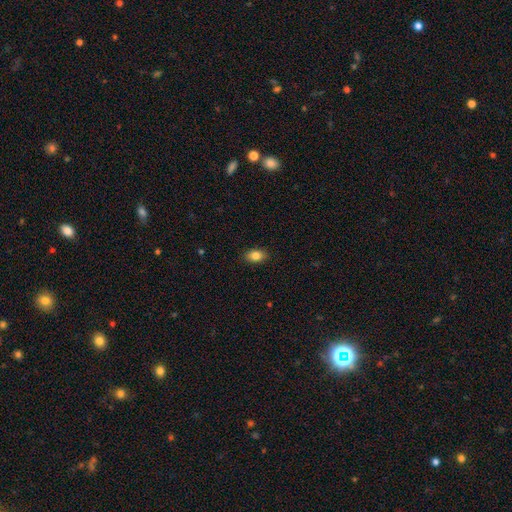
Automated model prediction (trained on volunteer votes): The model was most divided on "how rounded": in between: 85%, round: 14%, cigar-shaped: 2%. More confident: merging — none (88%); smooth or featured — smooth (85%).